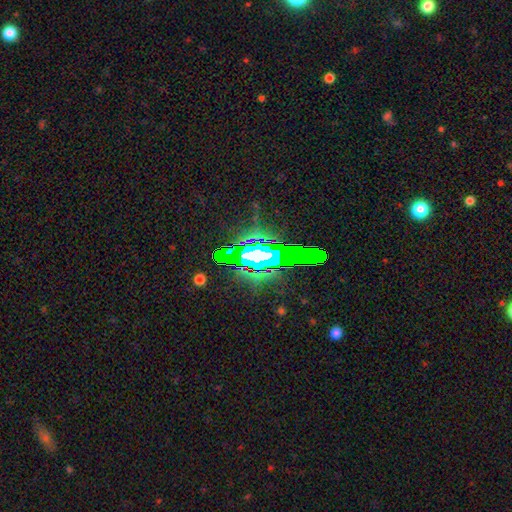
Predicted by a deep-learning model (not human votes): smooth-or-featured: star or artifact: 67% | featured or disk: 19% | smooth: 14%